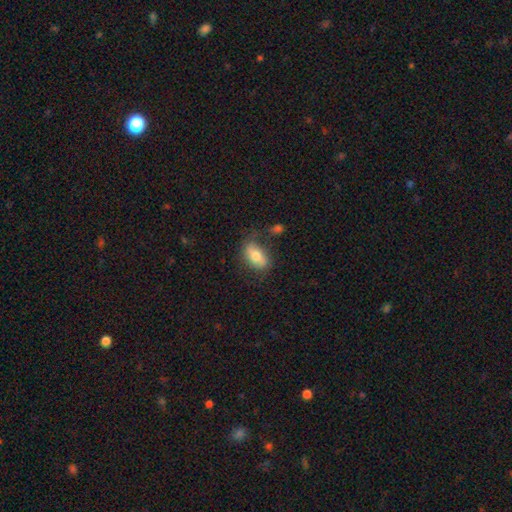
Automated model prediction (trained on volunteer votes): Smooth or featured: smooth — 68% (featured or disk — 25%)
How rounded: in between — 87% (round — 8%)
Merging: none — 65% (minor disturbance — 22%)